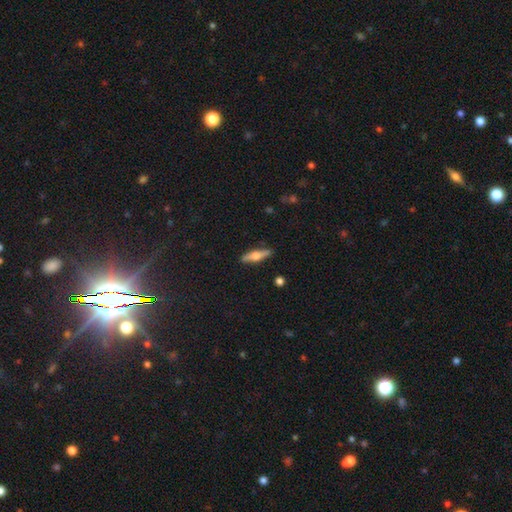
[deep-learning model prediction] featured or disk 48%, smooth 46%, star or artifact 6%. Down the decision tree: merging — none (88%).